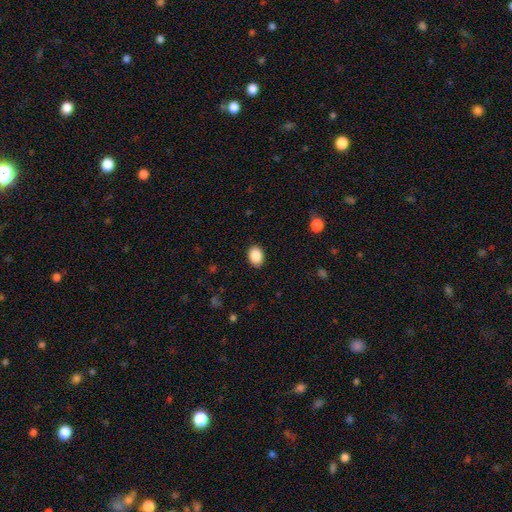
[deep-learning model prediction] smooth_or_featured: smooth (p=0.89) [alt: star or artifact p=0.08]
how_rounded: in between (p=0.69) [alt: round p=0.30]
merging: none (p=0.89) [alt: minor disturbance p=0.08]